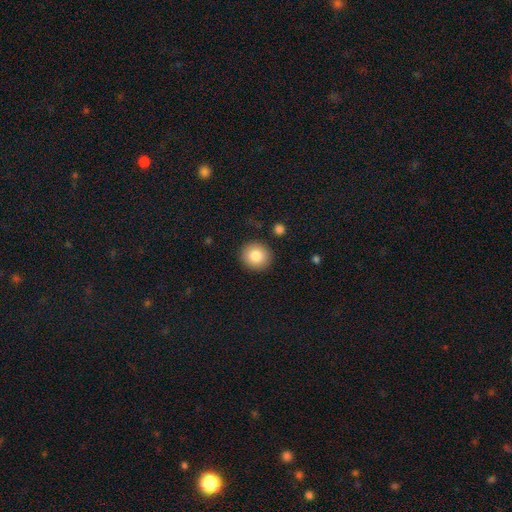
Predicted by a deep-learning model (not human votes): Overall: smooth (83%). How rounded: round (90%). Merging: none (90%).